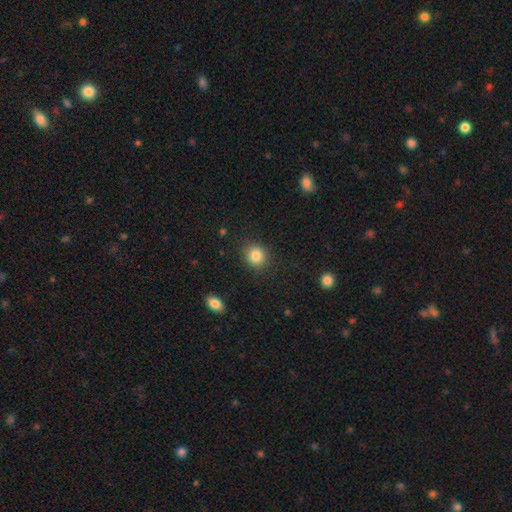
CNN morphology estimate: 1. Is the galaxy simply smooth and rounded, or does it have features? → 85% smooth, 10% star or artifact, 6% featured or disk.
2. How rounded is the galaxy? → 79% round, 20% in between, 1% cigar-shaped.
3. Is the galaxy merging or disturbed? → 88% none, 8% minor disturbance, 3% major disturbance, 1% merger.